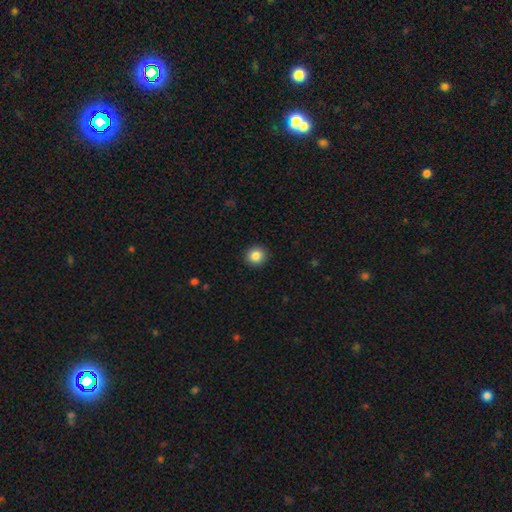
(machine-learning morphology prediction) Smooth or featured?
  - smooth: 85% *
  - star or artifact: 10%
  - featured or disk: 5%
How rounded?
  - round: 93% *
  - in between: 6%
  - cigar-shaped: 1%
Merging?
  - none: 93% *
  - minor disturbance: 5%
  - major disturbance: 2%
  - merger: 1%